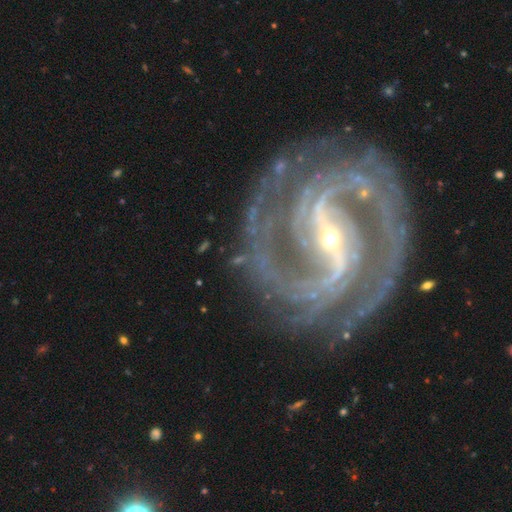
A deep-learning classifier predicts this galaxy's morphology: smooth_or_featured: featured or disk (p=0.93) [alt: star or artifact p=0.05]
disk_edge_on: no (p=0.98) [alt: yes p=0.02]
bar: strong (p=0.67) [alt: weak p=0.25]
has_spiral_arms: yes (p=0.99) [alt: no p=0.01]
spiral_winding: medium (p=0.50) [alt: tight p=0.40]
spiral_arm_count: 2 (p=0.58) [alt: 3 p=0.14]
bulge_size: small (p=0.73) [alt: moderate p=0.23]
merging: none (p=0.77) [alt: minor disturbance p=0.13]